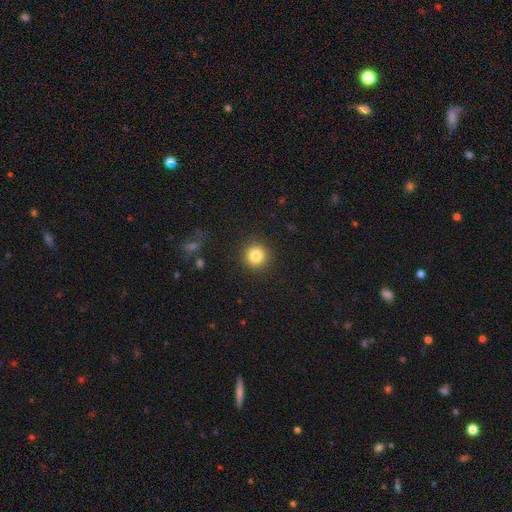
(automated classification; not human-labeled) A smooth galaxy with no disk features (82%) that is round (94%).

Vote fractions:
- Smooth or featured? smooth: 82% / star or artifact: 11% / featured or disk: 7%
- How rounded? round: 94% / in between: 5% / cigar-shaped: 1%
- Merging? none: 91% / minor disturbance: 6% / major disturbance: 2% / merger: 1%